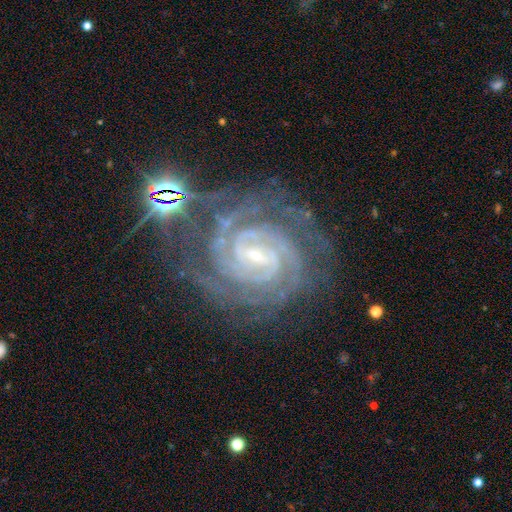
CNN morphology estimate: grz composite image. It shows a featured or disk galaxy (91%) with a weak bar (45%), 2 (40%) tight (81%) spiral arms (99%) and a small central bulge (78%). Merging: none (74%).